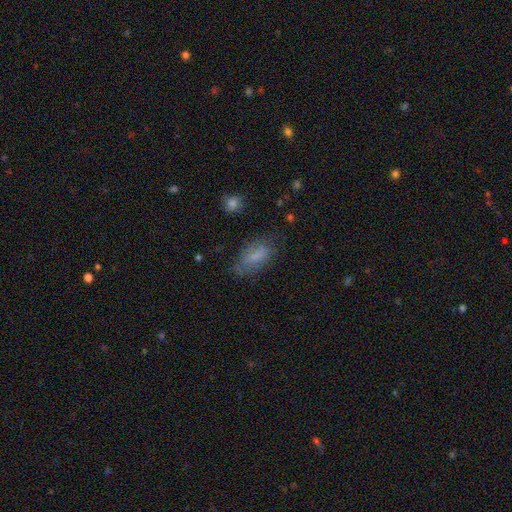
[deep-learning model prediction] smooth 70%, featured or disk 20%, star or artifact 10%. Down the decision tree: how rounded — in between (84%); merging — none (63%).